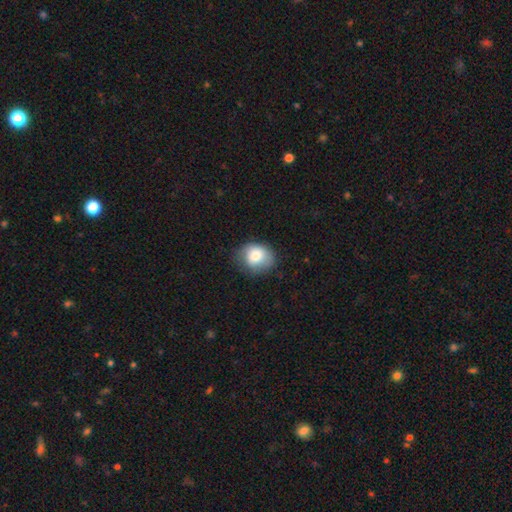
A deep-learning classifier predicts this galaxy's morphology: Smooth or featured?
  - smooth: 79% *
  - featured or disk: 13%
  - star or artifact: 8%
How rounded?
  - round: 57% *
  - in between: 43%
  - cigar-shaped: 1%
Merging?
  - none: 63% *
  - minor disturbance: 28%
  - major disturbance: 8%
  - merger: 1%